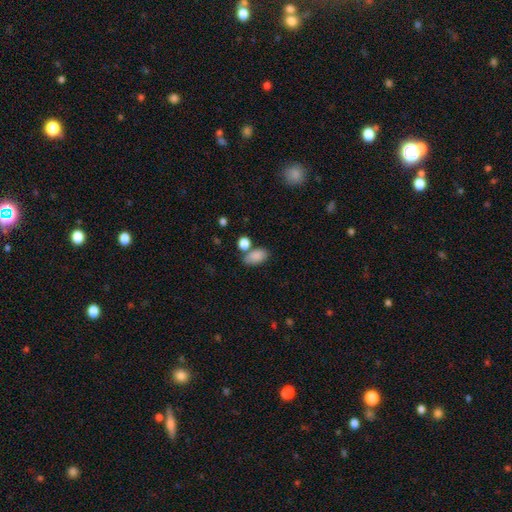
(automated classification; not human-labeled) smooth_or_featured: smooth (p=0.86) [alt: star or artifact p=0.09]
how_rounded: in between (p=0.90) [alt: round p=0.08]
merging: none (p=0.60) [alt: merger p=0.20]